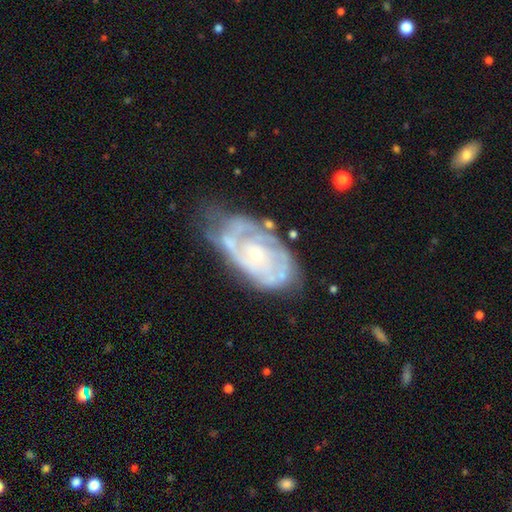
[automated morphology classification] The model was most divided on "spiral arm count": can't tell: 40%, 2: 29%, 3: 16%, 4: 6%, 1: 5%, more than 4: 4%. Remaining: edge-on disk — no (96%); spiral arms — yes (87%); smooth or featured — featured or disk (82%); bar — no (75%); bulge size — small (72%); spiral winding — tight (65%); merging — none (47%).